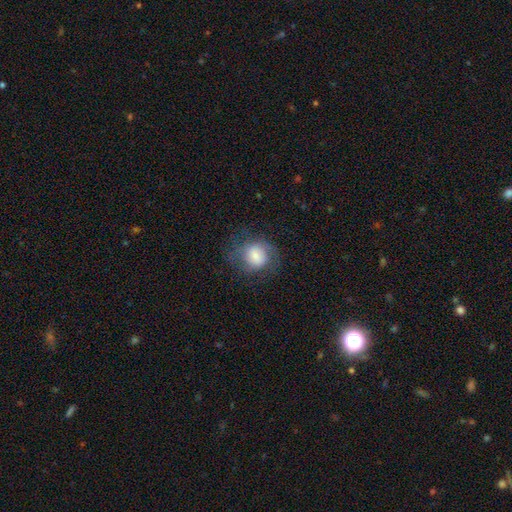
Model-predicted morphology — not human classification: smooth_or_featured: smooth (p=0.60) [alt: featured or disk p=0.30]
how_rounded: round (p=0.75) [alt: in between p=0.24]
merging: none (p=0.62) [alt: minor disturbance p=0.20]